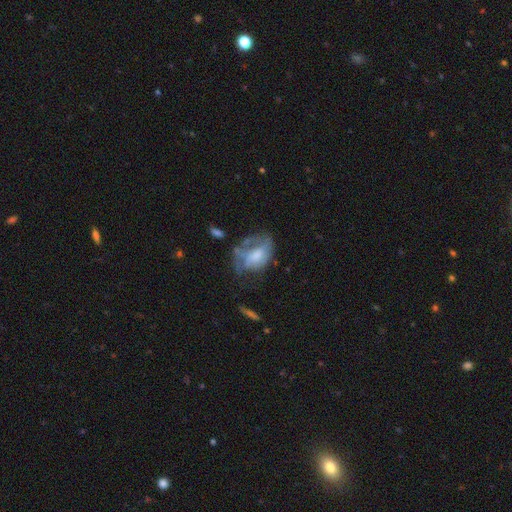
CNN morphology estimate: featured or disk 51%, smooth 40%, star or artifact 9%. Down the decision tree: edge-on disk — no (96%); merging — major disturbance (38%).